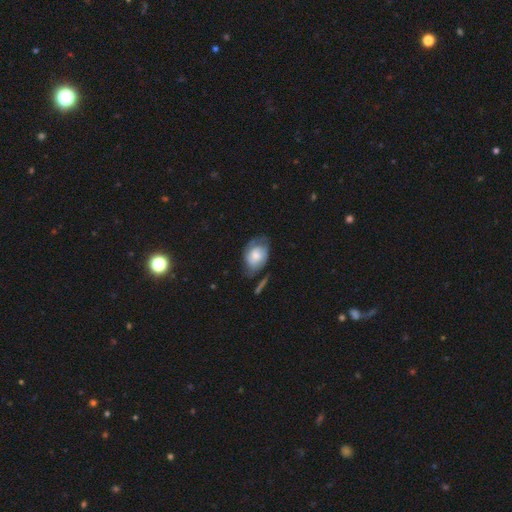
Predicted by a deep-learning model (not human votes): A smooth galaxy with no disk features (56%) that is in between round and cigar-shaped (73%).

Vote fractions:
- Smooth or featured? smooth: 56% / featured or disk: 37% / star or artifact: 7%
- How rounded? in between: 73% / round: 26% / cigar-shaped: 1%
- Merging? none: 43% / minor disturbance: 34% / major disturbance: 17% / merger: 6%